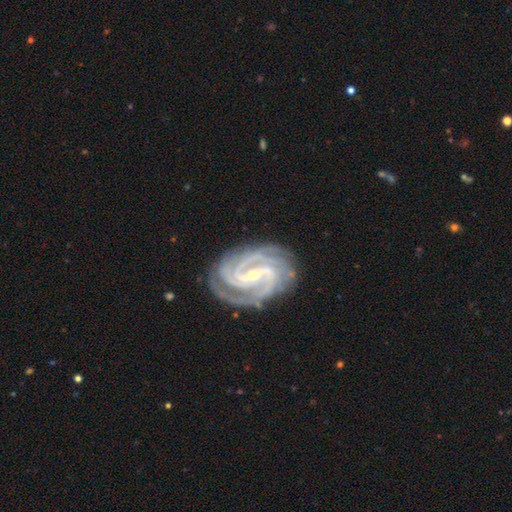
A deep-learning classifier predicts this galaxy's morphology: The model was most divided on "bar": strong: 47%, weak: 38%, no: 16%. Remaining: spiral arms — yes (99%); edge-on disk — no (98%); smooth or featured — featured or disk (94%); merging — none (80%); bulge size — small (72%); spiral winding — tight (64%); spiral arm count — 3 (34%).